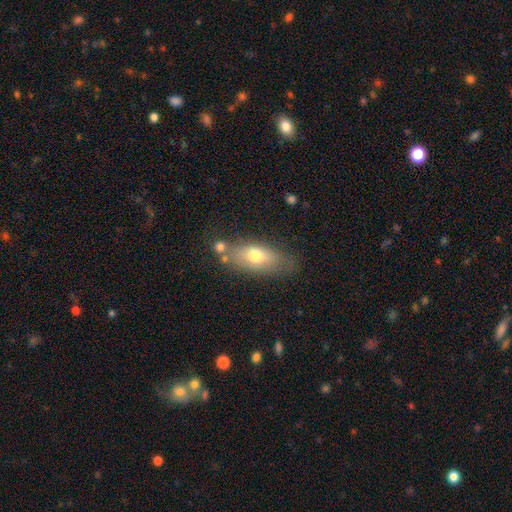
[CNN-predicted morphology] A smooth galaxy with no disk features (68%) that is in between round and cigar-shaped (77%).

Vote fractions:
- Smooth or featured? smooth: 68% / featured or disk: 24% / star or artifact: 8%
- How rounded? in between: 77% / cigar-shaped: 17% / round: 6%
- Merging? none: 64% / minor disturbance: 18% / merger: 11% / major disturbance: 7%